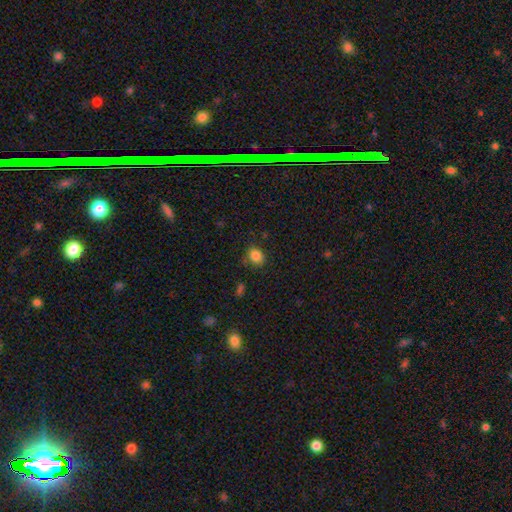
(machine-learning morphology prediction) smooth-or-featured: smooth: 84% | star or artifact: 11% | featured or disk: 5%
  how-rounded: round: 58% | in between: 41% | cigar-shaped: 1%
  merging: none: 79% | minor disturbance: 15% | major disturbance: 4% | merger: 2%